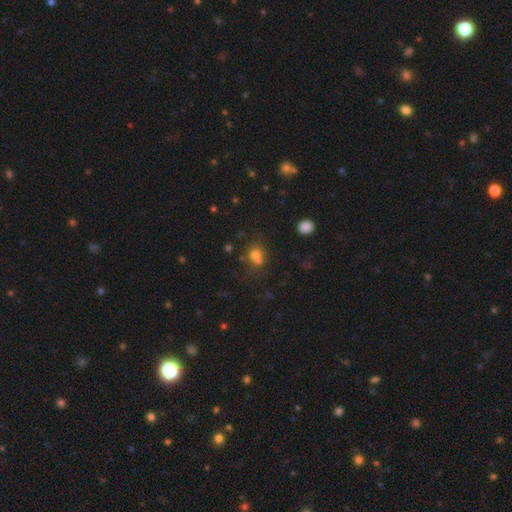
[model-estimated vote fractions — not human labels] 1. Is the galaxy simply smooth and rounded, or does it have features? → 68% smooth, 18% star or artifact, 14% featured or disk.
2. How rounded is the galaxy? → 68% round, 31% in between, 1% cigar-shaped.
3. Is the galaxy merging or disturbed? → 42% merger (tied), 42% none (tied), 11% minor disturbance, 5% major disturbance.